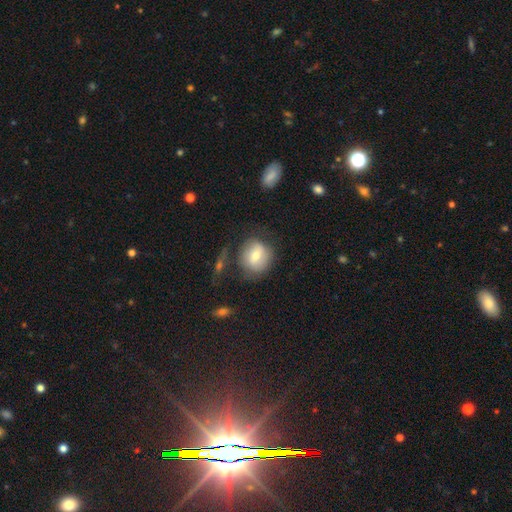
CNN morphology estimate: Smooth or featured?
  - smooth: 60% *
  - featured or disk: 33%
  - star or artifact: 7%
How rounded?
  - round: 77% *
  - in between: 22%
  - cigar-shaped: 1%
Merging?
  - none: 64% *
  - minor disturbance: 20%
  - major disturbance: 12%
  - merger: 5%